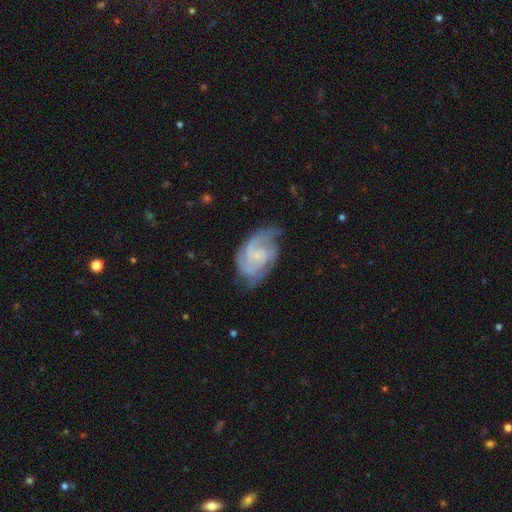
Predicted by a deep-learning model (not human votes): Smooth or featured?
  - featured or disk: 86% *
  - smooth: 9%
  - star or artifact: 5%
Edge-on disk?
  - no: 98% *
  - yes: 2%
Bar?
  - no: 64% *
  - weak: 30%
  - strong: 5%
Spiral arms?
  - yes: 97% *
  - no: 3%
Spiral winding?
  - tight: 51% *
  - medium: 41%
  - loose: 8%
Spiral arm count?
  - 2: 34% *
  - 3: 32%
  - can't tell: 17%
  - 4: 8%
  - 1: 5%
  - more than 4: 5%
Bulge size?
  - small: 78% *
  - moderate: 13%
  - none: 7%
  - large: 1%
  - dominant: 1%
Merging?
  - none: 66% *
  - minor disturbance: 23%
  - major disturbance: 9%
  - merger: 2%